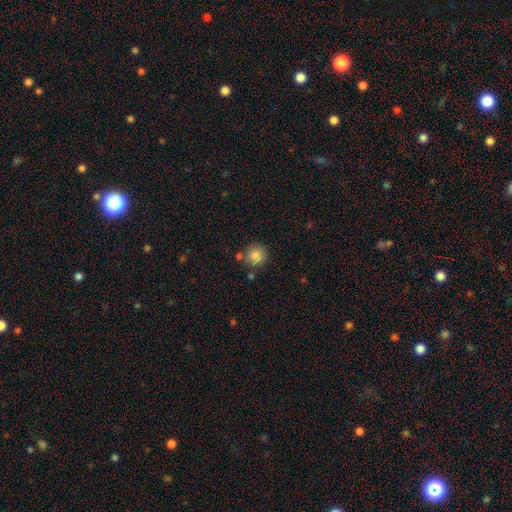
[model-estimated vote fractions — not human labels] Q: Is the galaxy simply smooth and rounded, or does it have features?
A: smooth — 83%.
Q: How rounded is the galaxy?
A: round — 94%.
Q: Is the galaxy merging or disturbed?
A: none — 79%.